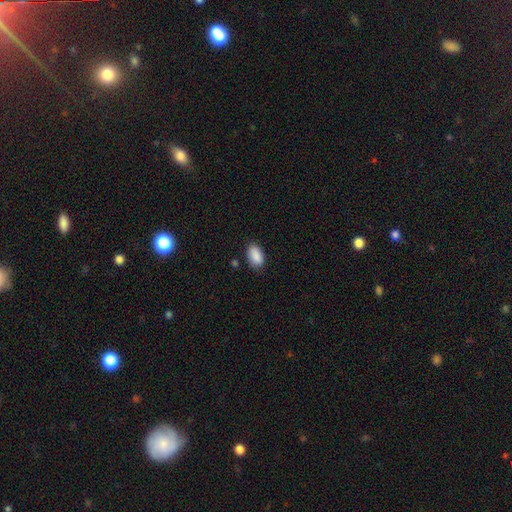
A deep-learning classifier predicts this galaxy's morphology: A smooth galaxy with no disk features (89%) that is in between round and cigar-shaped (93%). Merging: none (82%).